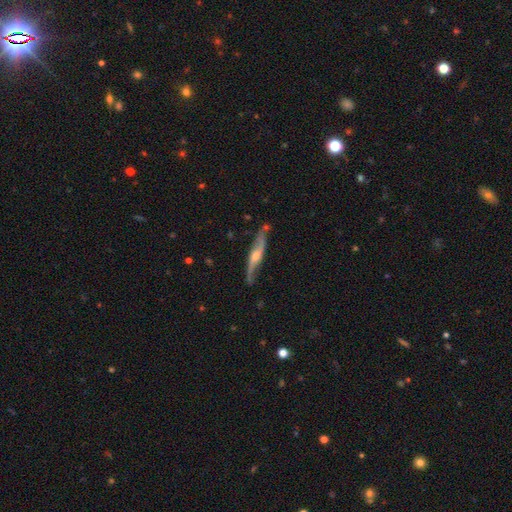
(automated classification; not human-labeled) Q: Smooth or featured?
A: featured or disk (79%); runner-up: smooth (16%)
Q: Edge-on disk?
A: yes (73%); runner-up: no (27%)
Q: Edge-on bulge?
A: rounded (84%); runner-up: none (9%)
Q: Merging?
A: none (77%); runner-up: minor disturbance (17%)